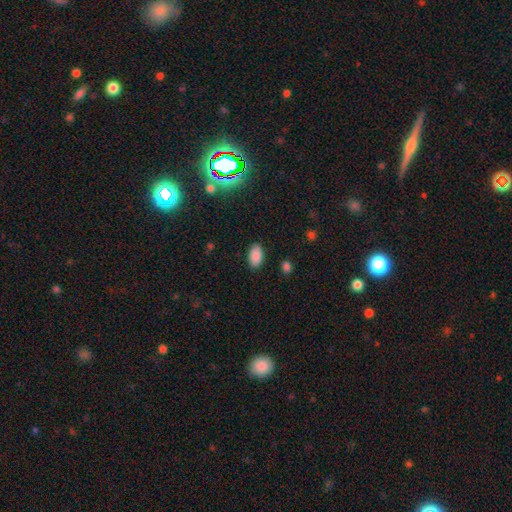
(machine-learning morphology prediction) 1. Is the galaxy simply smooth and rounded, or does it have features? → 88% smooth, 8% star or artifact, 4% featured or disk.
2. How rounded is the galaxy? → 94% in between, 4% round, 2% cigar-shaped.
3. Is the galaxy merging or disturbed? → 88% none, 8% minor disturbance, 2% major disturbance, 1% merger.